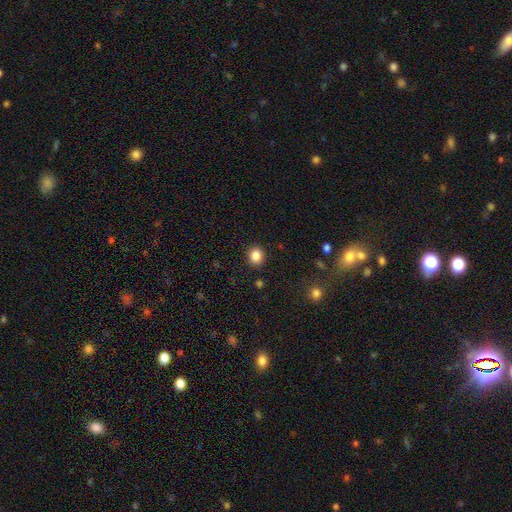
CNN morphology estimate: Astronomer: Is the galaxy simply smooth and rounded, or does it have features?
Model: smooth — 85%.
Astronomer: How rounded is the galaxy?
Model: round — 75%.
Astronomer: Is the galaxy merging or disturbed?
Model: none — 90%.